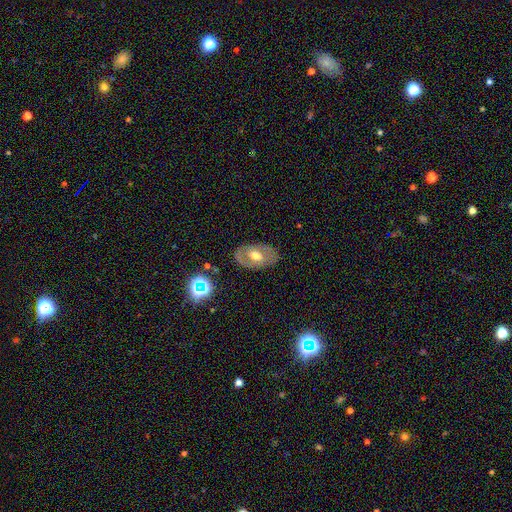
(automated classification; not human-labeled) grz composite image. It shows a featured or disk galaxy (55%). Merging: none (80%).